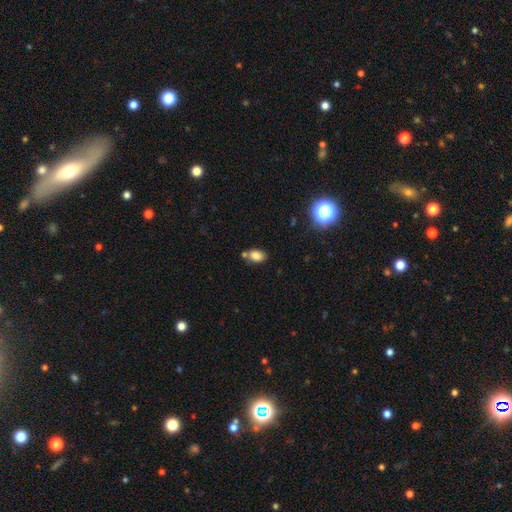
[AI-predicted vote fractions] This appears to be a smooth galaxy with no disk features (81%) that is in between round and cigar-shaped (87%). Merging: none (59%).